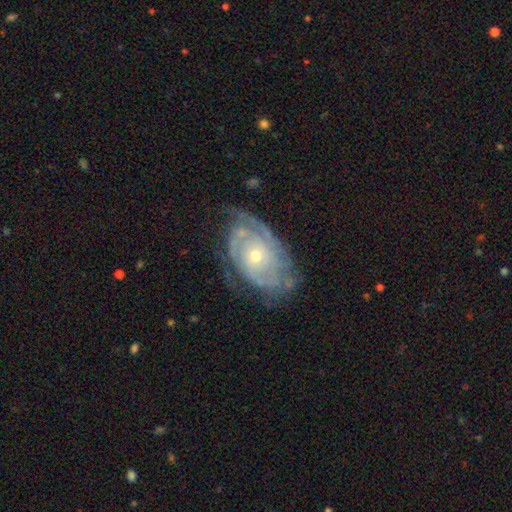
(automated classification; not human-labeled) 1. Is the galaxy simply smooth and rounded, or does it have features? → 85% featured or disk, 9% smooth, 6% star or artifact.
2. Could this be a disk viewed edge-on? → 95% no, 5% yes.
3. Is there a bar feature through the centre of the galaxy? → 80% no, 16% weak, 4% strong.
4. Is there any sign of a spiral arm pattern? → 93% yes, 7% no.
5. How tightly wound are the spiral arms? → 69% tight, 24% medium, 7% loose.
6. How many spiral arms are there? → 35% can't tell, 31% 2, 18% 3, 7% 4, 6% 1, 4% more than 4.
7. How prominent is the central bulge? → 53% small, 44% moderate, 2% large, 1% none, 1% dominant.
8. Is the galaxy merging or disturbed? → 64% none, 23% minor disturbance, 11% major disturbance, 2% merger.